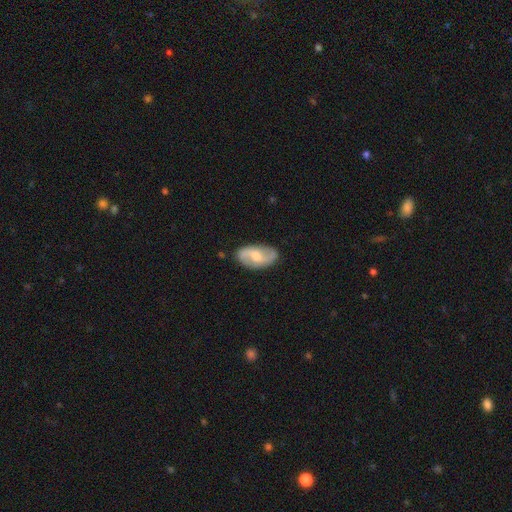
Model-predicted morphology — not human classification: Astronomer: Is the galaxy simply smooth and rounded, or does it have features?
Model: featured or disk — 72%.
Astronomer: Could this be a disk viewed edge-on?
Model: no — 96%.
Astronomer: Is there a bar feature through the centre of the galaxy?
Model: weak — 51% (runner-up: no, 37%).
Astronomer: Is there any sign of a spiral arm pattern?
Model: yes — 92%.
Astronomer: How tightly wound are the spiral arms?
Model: loose — 46% (runner-up: medium, 41%).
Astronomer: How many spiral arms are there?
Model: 2 — 90%.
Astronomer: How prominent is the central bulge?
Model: moderate — 52%.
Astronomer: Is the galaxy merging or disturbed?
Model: none — 83%.